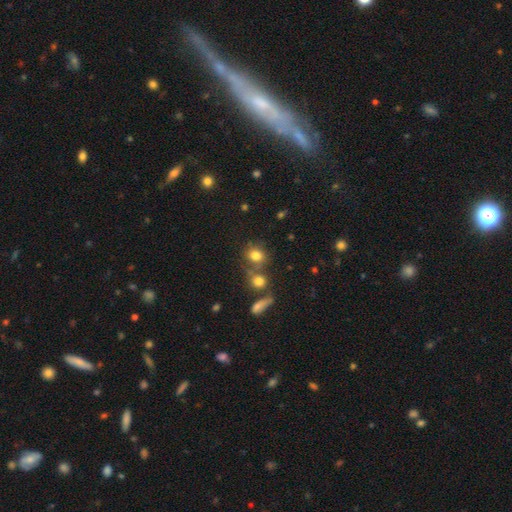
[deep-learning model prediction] A smooth galaxy with no disk features (77%) that is round (64%). Merging: none (56%).